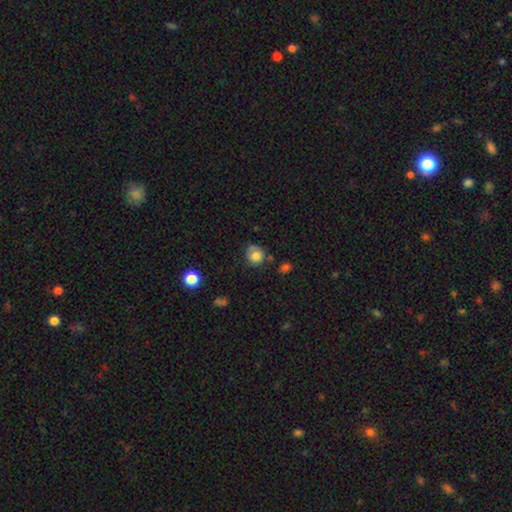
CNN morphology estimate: The model was most divided on "merging": none: 56%, minor disturbance: 28%, major disturbance: 10%, merger: 6%. More confident: smooth or featured — smooth (78%); how rounded — round (75%).